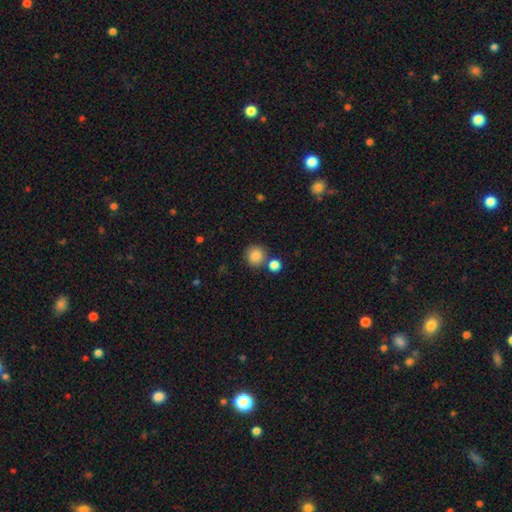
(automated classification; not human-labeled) Smooth or featured? Predicted: smooth (p=0.86). How rounded? Predicted: round (p=0.90). Merging? Predicted: none (p=0.72).